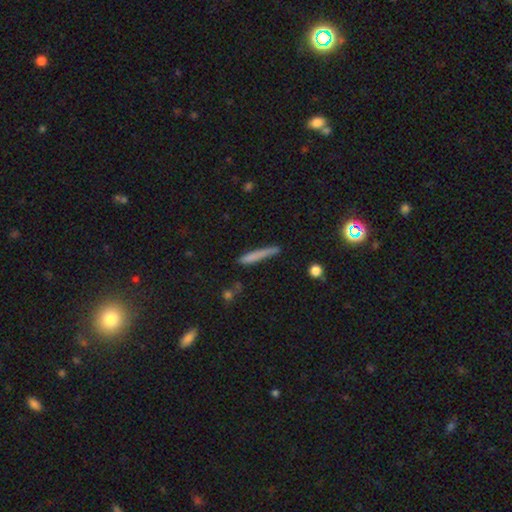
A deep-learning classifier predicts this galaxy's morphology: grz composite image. It shows a smooth galaxy with no disk features (71%) that is cigar-shaped (94%). Merging: none (71%).